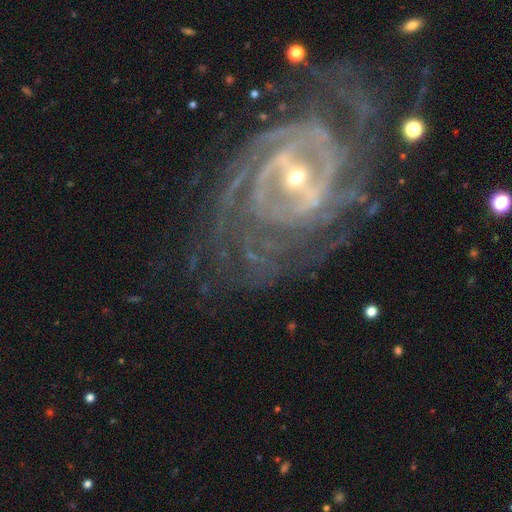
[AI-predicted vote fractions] Morphology: type=featured or disk (90%); edge-on=no (96%); bar=strong (47%); spiral arms=yes (97%); winding=tight (71%); arm count=can't tell (27%); bulge=small (60%); merging=none (67%).